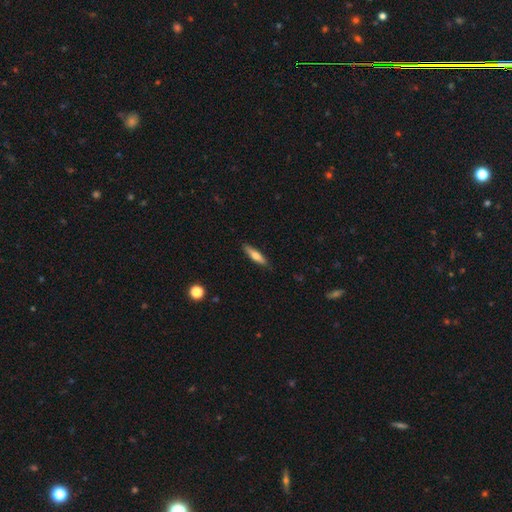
Smooth or featured? 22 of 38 (58%) said smooth. How rounded? 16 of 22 (73%) said cigar-shaped. Merging? 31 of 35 (89%) said none.